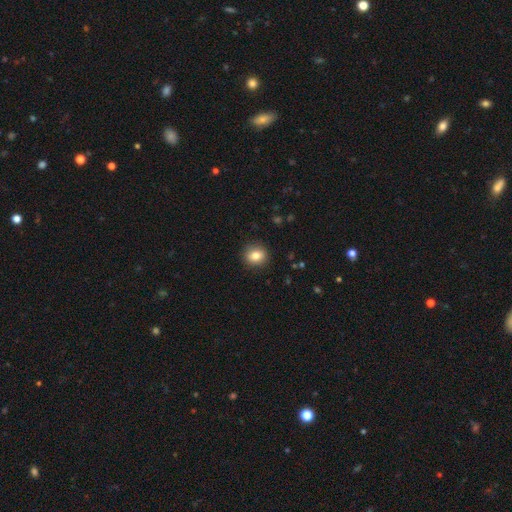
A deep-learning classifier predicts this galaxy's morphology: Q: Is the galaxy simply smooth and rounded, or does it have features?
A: smooth — 82%.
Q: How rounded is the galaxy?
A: round — 71%.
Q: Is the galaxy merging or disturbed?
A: none — 89%.